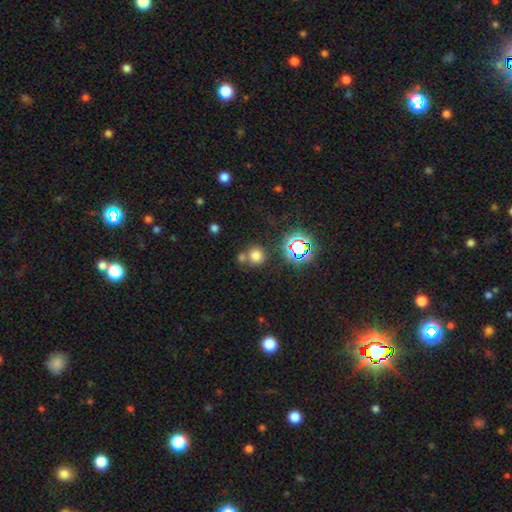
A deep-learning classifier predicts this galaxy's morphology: Q: Smooth or featured?
A: smooth (69%); runner-up: star or artifact (23%)
Q: How rounded?
A: round (87%); runner-up: in between (12%)
Q: Merging?
A: none (62%); runner-up: merger (26%)